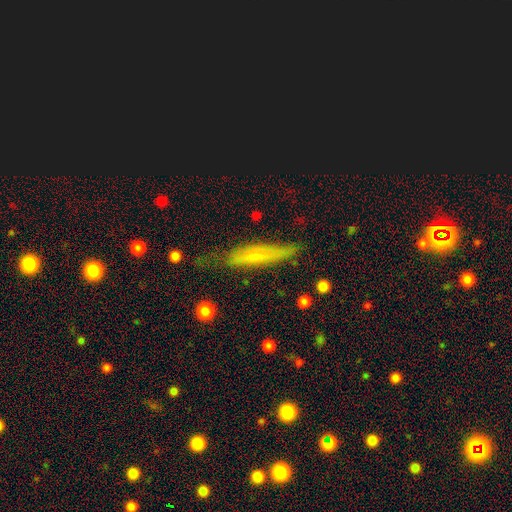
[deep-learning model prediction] Overall: smooth (54%; featured or disk 38%). How rounded: cigar-shaped (85%). Merging: none (68%).